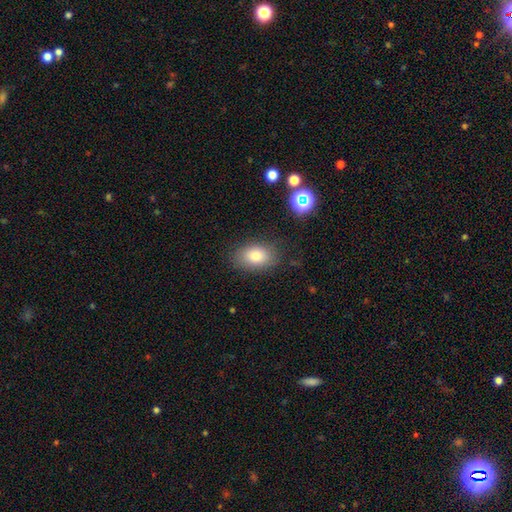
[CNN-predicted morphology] A smooth galaxy with no disk features (79%) that is in between round and cigar-shaped (85%).

Vote fractions:
- Smooth or featured? smooth: 79% / featured or disk: 11% / star or artifact: 10%
- How rounded? in between: 85% / round: 14% / cigar-shaped: 1%
- Merging? none: 82% / minor disturbance: 12% / major disturbance: 4% / merger: 2%